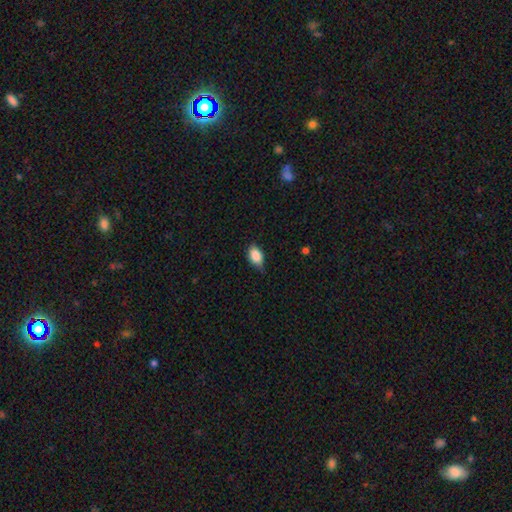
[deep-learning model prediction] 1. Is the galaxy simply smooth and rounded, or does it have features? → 85% smooth, 7% star or artifact, 7% featured or disk.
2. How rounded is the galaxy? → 89% in between, 8% round, 3% cigar-shaped.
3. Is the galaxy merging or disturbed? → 61% none, 33% minor disturbance, 5% major disturbance, 1% merger.